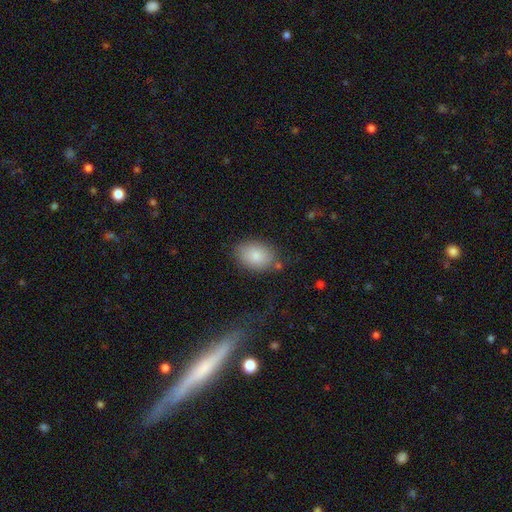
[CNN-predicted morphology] This is clearly a smooth galaxy (85%). How rounded: clearly in between (80%). Merging: likely none (77%).